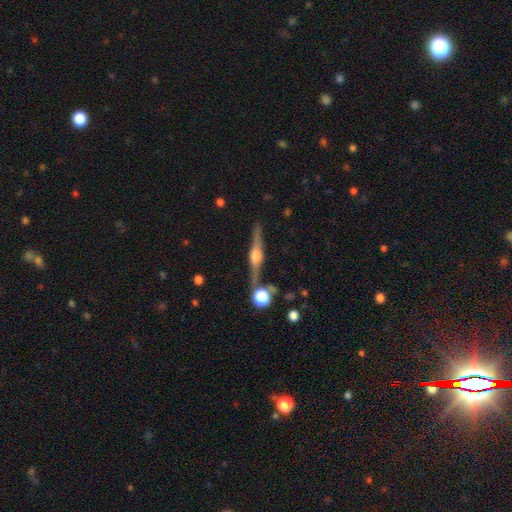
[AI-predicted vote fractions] Smooth or featured: featured or disk — 83% (smooth — 11%)
Edge-on disk: yes — 97% (no — 3%)
Edge-on bulge: rounded — 89% (boxy — 8%)
Merging: none — 82% (minor disturbance — 10%)